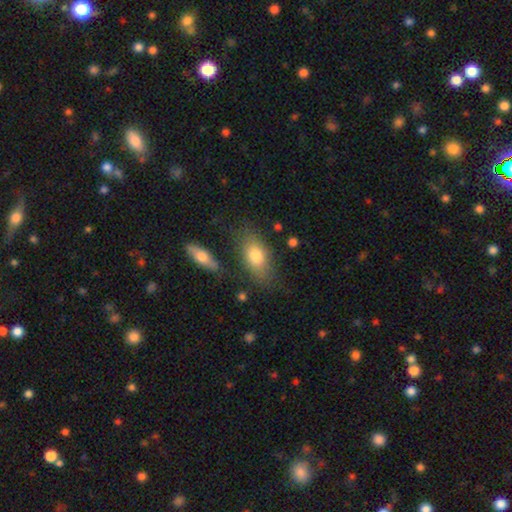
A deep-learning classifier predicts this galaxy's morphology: This appears to be a smooth galaxy with no disk features (75%) that is in between round and cigar-shaped (86%). Merging: none (73%).